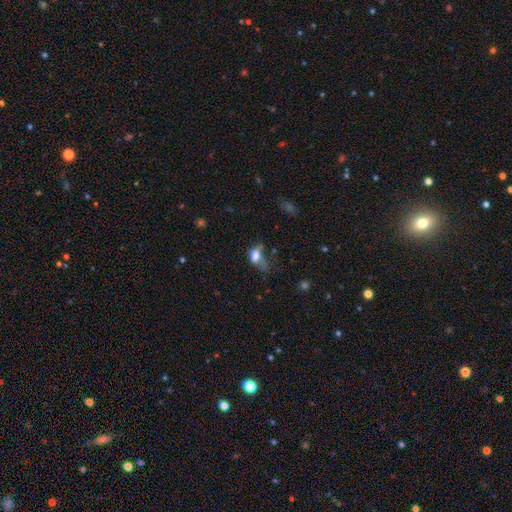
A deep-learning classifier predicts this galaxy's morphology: Smooth or featured: smooth — 68% (featured or disk — 20%)
How rounded: in between — 77% (round — 19%)
Merging: major disturbance — 45% (minor disturbance — 25%)